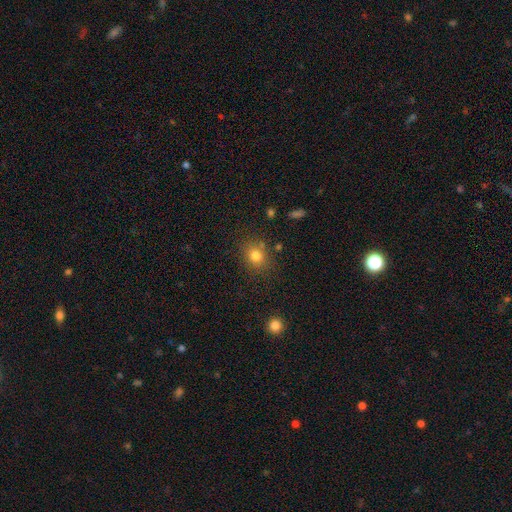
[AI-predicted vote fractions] Smooth or featured? smooth (80%)
How rounded? round (67%)
Merging? none (79%)